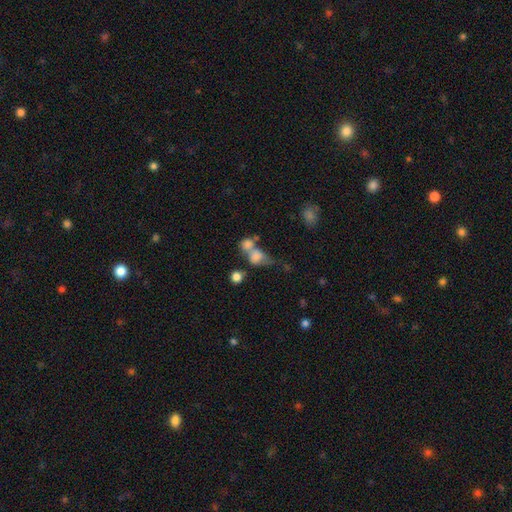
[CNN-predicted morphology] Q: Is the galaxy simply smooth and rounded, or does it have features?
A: smooth — 72%.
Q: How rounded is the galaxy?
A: in between — 51%.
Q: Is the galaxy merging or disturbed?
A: merger — 61%.